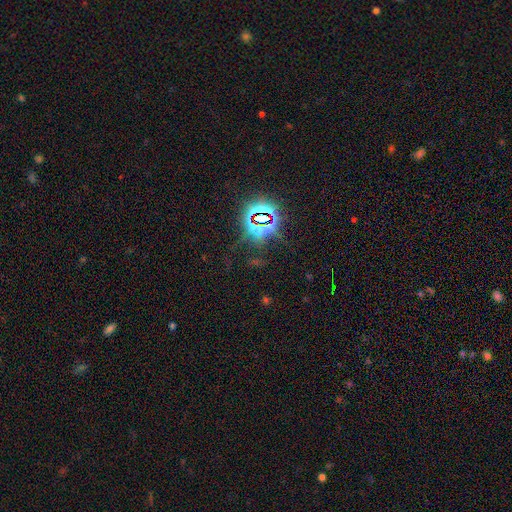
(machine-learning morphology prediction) Overall: star or artifact (82%).